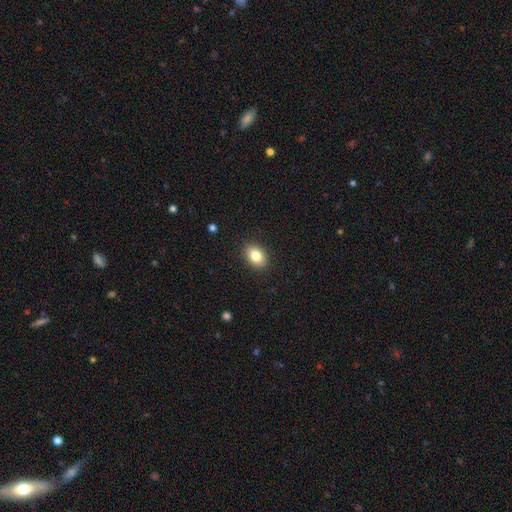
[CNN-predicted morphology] A smooth galaxy with no disk features (83%) that is in between round and cigar-shaped (80%).

Vote fractions:
- Smooth or featured? smooth: 83% / featured or disk: 9% / star or artifact: 9%
- How rounded? in between: 80% / round: 18% / cigar-shaped: 1%
- Merging? none: 90% / minor disturbance: 7% / major disturbance: 2% / merger: 1%